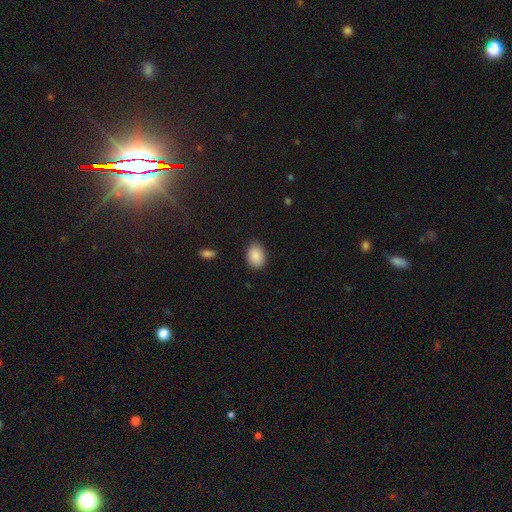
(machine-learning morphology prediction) A smooth galaxy with no disk features (89%) that is in between round and cigar-shaped (77%).

Vote fractions:
- Smooth or featured? smooth: 89% / star or artifact: 7% / featured or disk: 4%
- How rounded? in between: 77% / round: 22% / cigar-shaped: 1%
- Merging? none: 81% / minor disturbance: 15% / major disturbance: 3% / merger: 1%